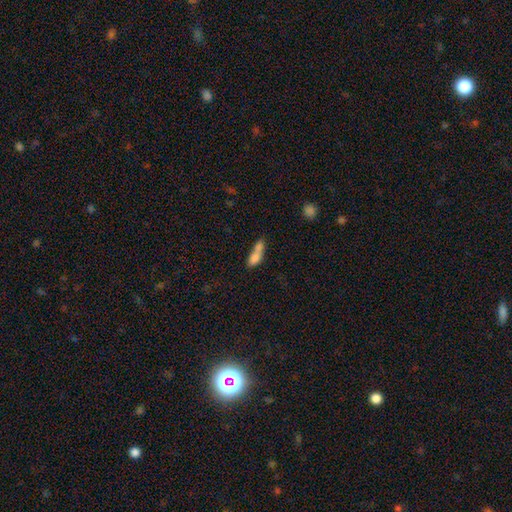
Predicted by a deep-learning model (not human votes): smooth-or-featured: smooth: 72% | featured or disk: 19% | star or artifact: 9%
  how-rounded: in between: 65% | cigar-shaped: 28% | round: 7%
  merging: merger: 63% | none: 20% | minor disturbance: 10% | major disturbance: 6%